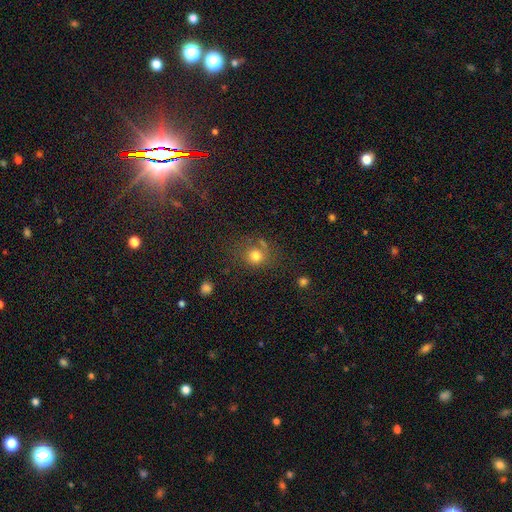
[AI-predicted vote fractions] Smooth or featured? smooth (77%)
How rounded? round (83%)
Merging? none (67%)